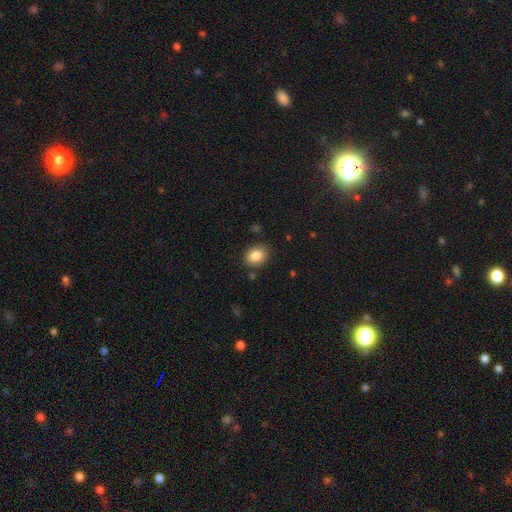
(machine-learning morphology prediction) smooth_or_featured: smooth (p=0.86) [alt: star or artifact p=0.09]
how_rounded: in between (p=0.57) [alt: round p=0.42]
merging: none (p=0.83) [alt: minor disturbance p=0.12]